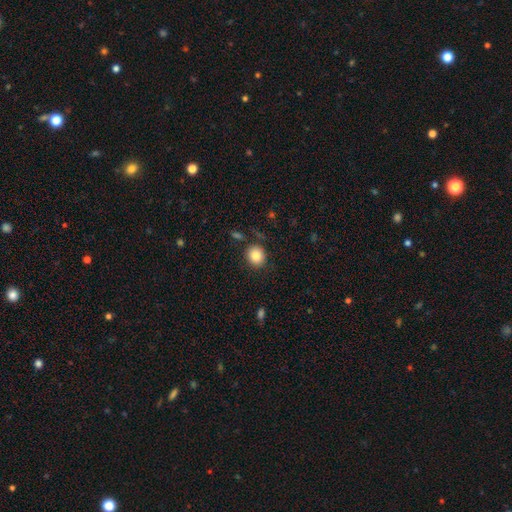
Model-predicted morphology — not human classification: This appears to be a smooth galaxy with no disk features (84%) that is round (81%). Merging: none (84%).